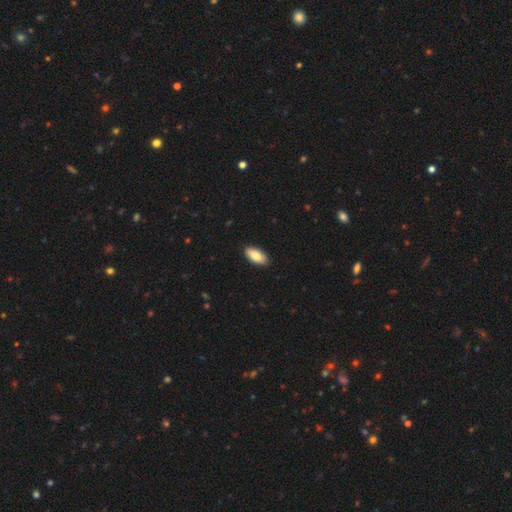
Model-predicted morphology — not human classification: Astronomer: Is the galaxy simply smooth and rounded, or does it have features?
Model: smooth — 84%.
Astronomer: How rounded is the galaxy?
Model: in between — 92%.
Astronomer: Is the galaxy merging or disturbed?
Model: none — 89%.